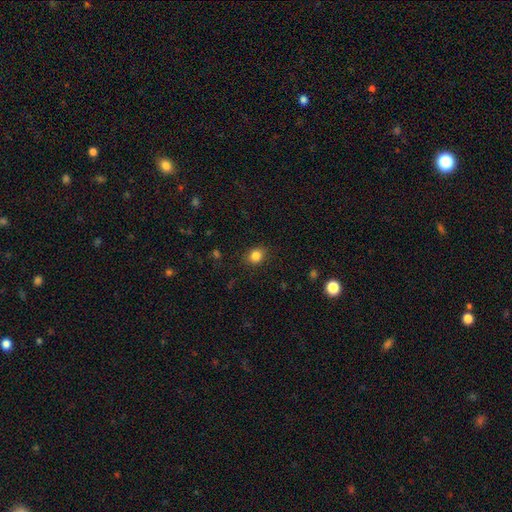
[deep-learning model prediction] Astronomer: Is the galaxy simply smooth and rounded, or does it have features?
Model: smooth — 84%.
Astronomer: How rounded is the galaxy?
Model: round — 61% (runner-up: in between, 38%).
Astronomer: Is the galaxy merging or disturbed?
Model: none — 86%.